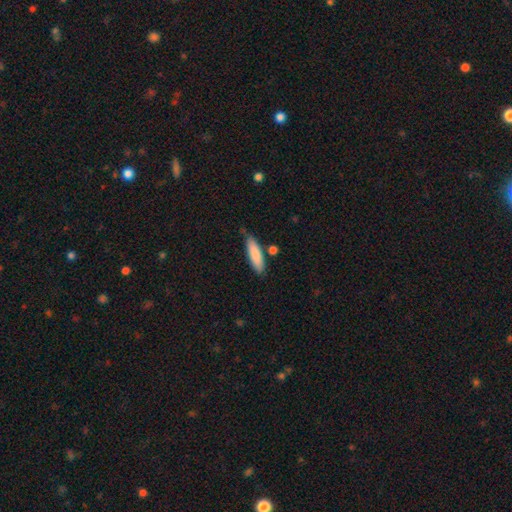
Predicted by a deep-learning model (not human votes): The model was most divided on "how rounded": cigar-shaped: 64%, in between: 35%, round: 2%. More confident: smooth or featured — smooth (82%); merging — none (75%).